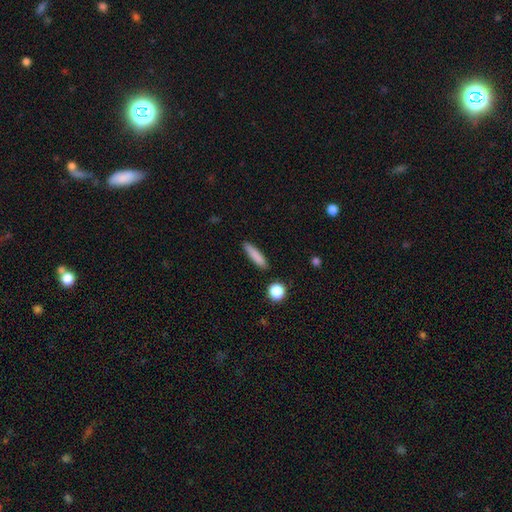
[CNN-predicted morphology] smooth_or_featured: smooth (p=0.83) [alt: featured or disk p=0.10]
how_rounded: cigar-shaped (p=0.84) [alt: in between p=0.14]
merging: none (p=0.88) [alt: minor disturbance p=0.08]